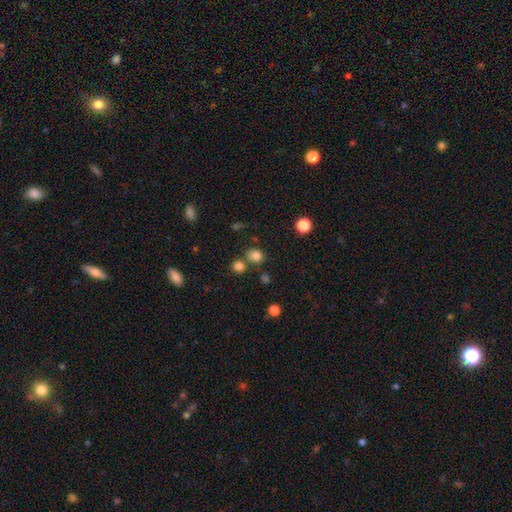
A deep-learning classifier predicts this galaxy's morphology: Smooth or featured? smooth (80%)
How rounded? round (74%)
Merging? none (67%)